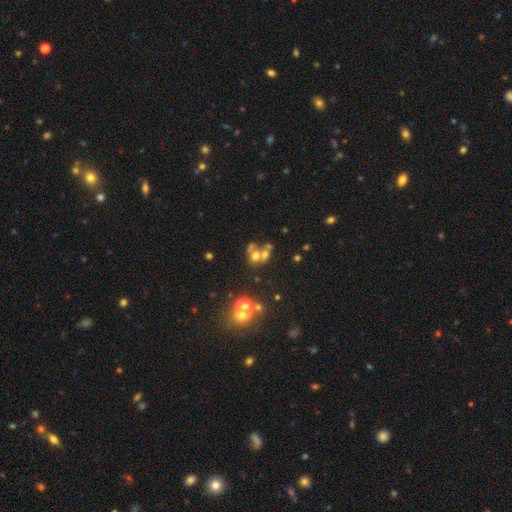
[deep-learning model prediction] Morphology: type=smooth (50%); merging=merger (49%).